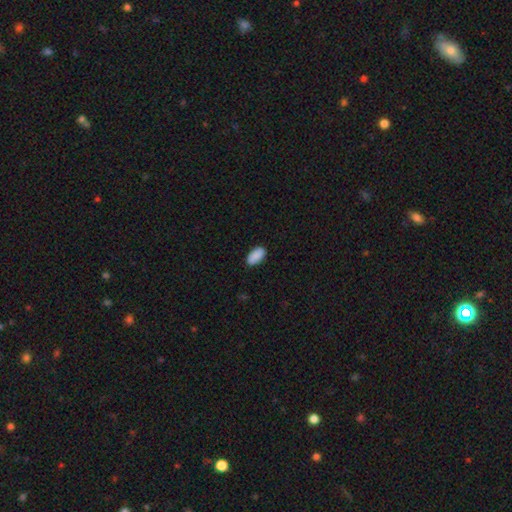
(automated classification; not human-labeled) smooth 90%, star or artifact 6%, featured or disk 4%. Down the decision tree: how rounded — in between (95%); merging — none (87%).